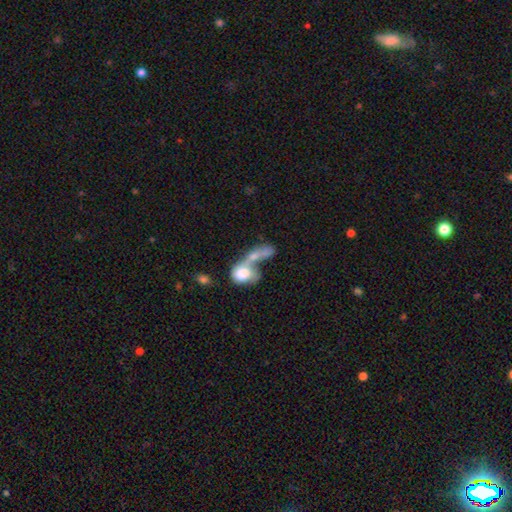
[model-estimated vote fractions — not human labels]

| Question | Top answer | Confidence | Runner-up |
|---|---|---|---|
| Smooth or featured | smooth | 63% | featured or disk (27%) |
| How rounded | in between | 65% | round (24%) |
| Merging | merger | 70% | major disturbance (13%) |